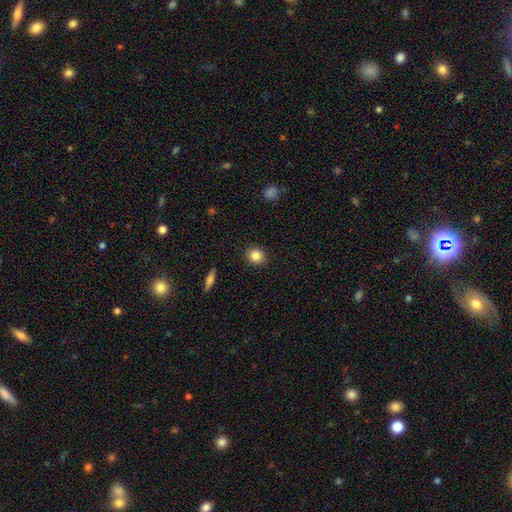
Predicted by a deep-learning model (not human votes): Smooth or featured? smooth (85%)
How rounded? round (80%)
Merging? none (90%)